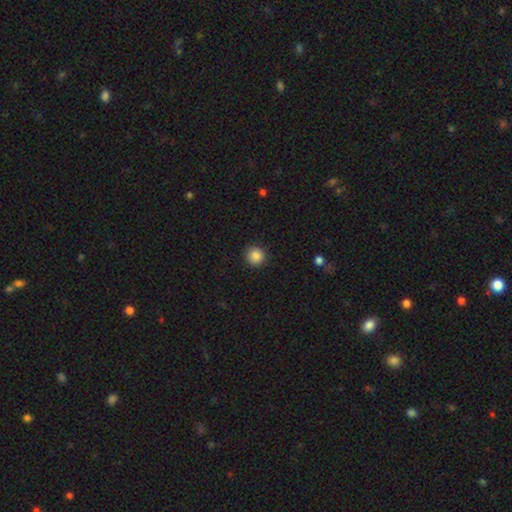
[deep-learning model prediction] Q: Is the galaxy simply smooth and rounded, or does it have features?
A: smooth — 87%.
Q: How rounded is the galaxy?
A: round — 94%.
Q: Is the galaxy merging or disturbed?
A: none — 91%.